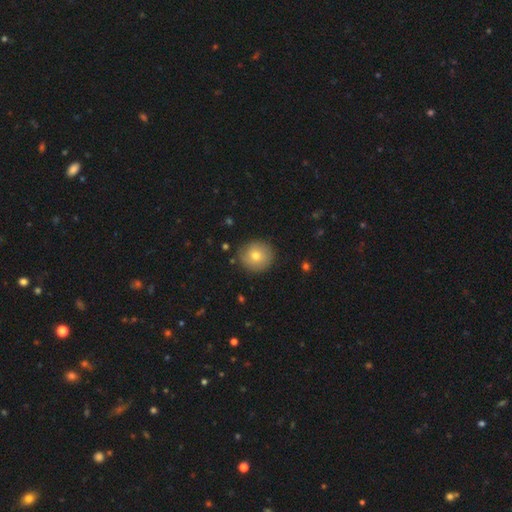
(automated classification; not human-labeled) Q: Smooth or featured?
A: smooth (72%); runner-up: featured or disk (19%)
Q: How rounded?
A: round (91%); runner-up: in between (8%)
Q: Merging?
A: none (85%); runner-up: minor disturbance (11%)